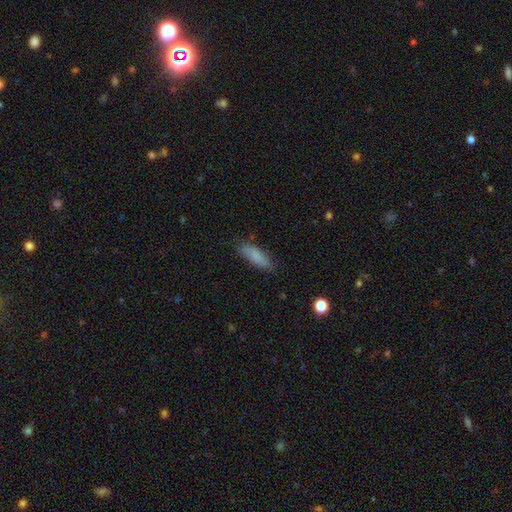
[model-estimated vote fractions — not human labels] smooth_or_featured: smooth (p=0.85) [alt: featured or disk p=0.08]
how_rounded: in between (p=0.50) [alt: cigar-shaped p=0.48]
merging: none (p=0.82) [alt: minor disturbance p=0.14]